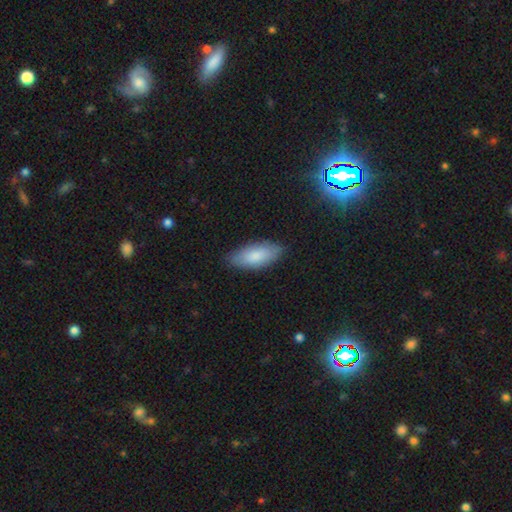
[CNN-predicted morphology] Q: Smooth or featured?
A: smooth (81%); runner-up: featured or disk (13%)
Q: How rounded?
A: in between (82%); runner-up: cigar-shaped (16%)
Q: Merging?
A: none (83%); runner-up: minor disturbance (13%)